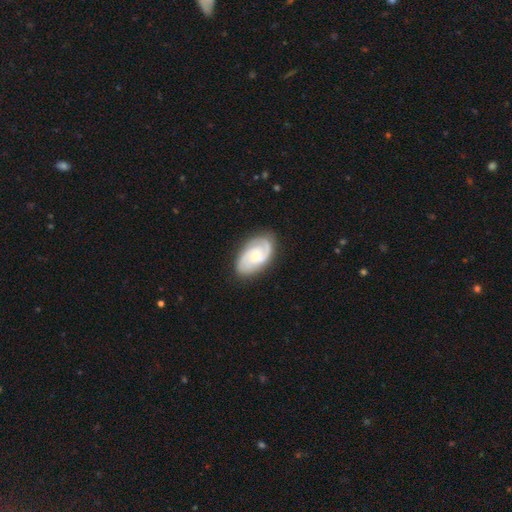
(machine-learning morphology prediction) type=featured or disk (84%); edge-on=no (97%); bar=no (58%); spiral arms=yes (97%); winding=tight (54%); arm count=2 (75%); bulge=small (49%); merging=none (83%).